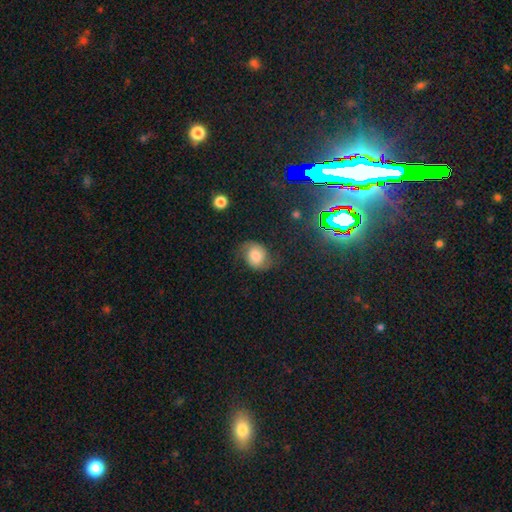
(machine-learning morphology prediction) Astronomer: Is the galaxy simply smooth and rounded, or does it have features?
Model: smooth — 54% (runner-up: featured or disk, 34%).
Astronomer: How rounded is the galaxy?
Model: round — 55% (runner-up: in between, 44%).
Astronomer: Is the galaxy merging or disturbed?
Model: none — 62%.